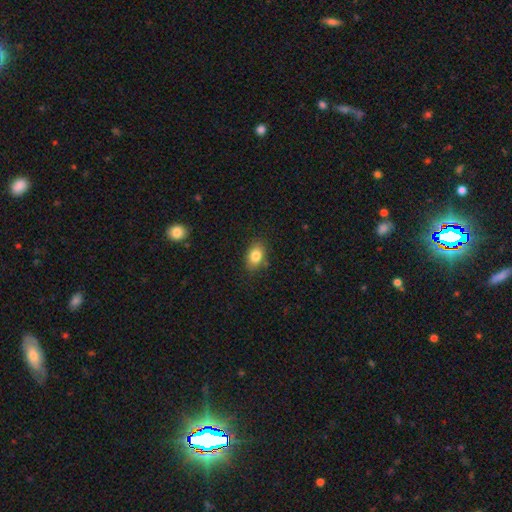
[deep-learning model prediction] This is clearly a smooth galaxy (83%). How rounded: likely in between (80%). Merging: clearly none (83%).